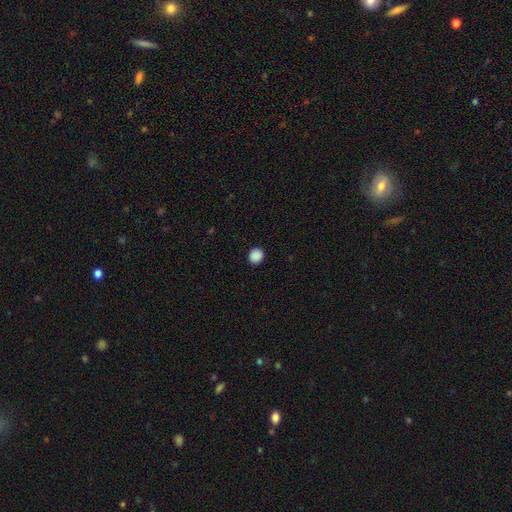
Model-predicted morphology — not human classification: This is clearly a smooth galaxy (89%). How rounded: likely round (79%). Merging: clearly none (91%).